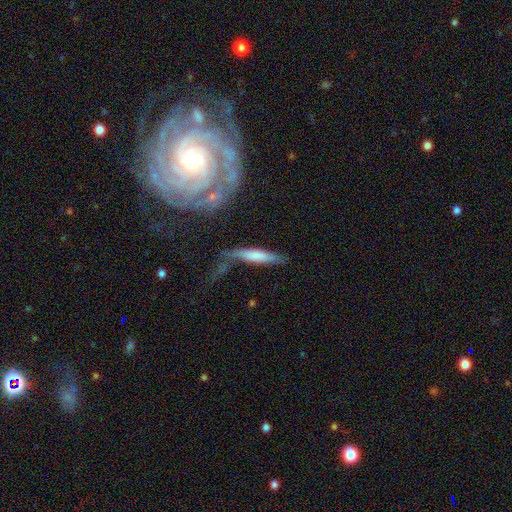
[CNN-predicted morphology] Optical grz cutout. It shows a smooth galaxy with no disk features (64%) that is cigar-shaped (82%). Merging: none (45%).